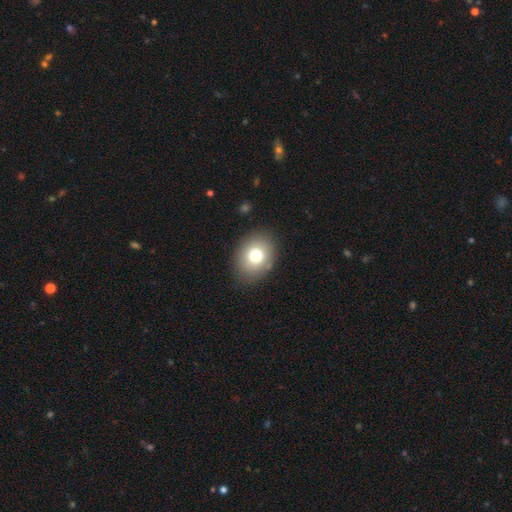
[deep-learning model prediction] Q: Smooth or featured?
A: smooth (76%); runner-up: featured or disk (13%)
Q: How rounded?
A: in between (53%); runner-up: round (46%)
Q: Merging?
A: none (85%); runner-up: minor disturbance (10%)